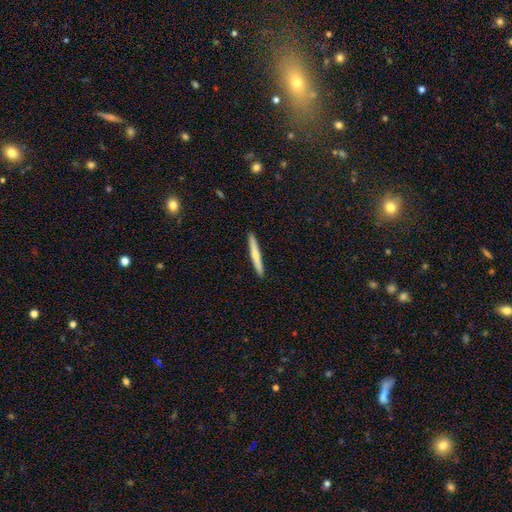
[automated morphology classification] smooth_or_featured: smooth (p=0.69) [alt: featured or disk p=0.26]
how_rounded: cigar-shaped (p=0.96) [alt: in between p=0.03]
merging: none (p=0.92) [alt: minor disturbance p=0.05]